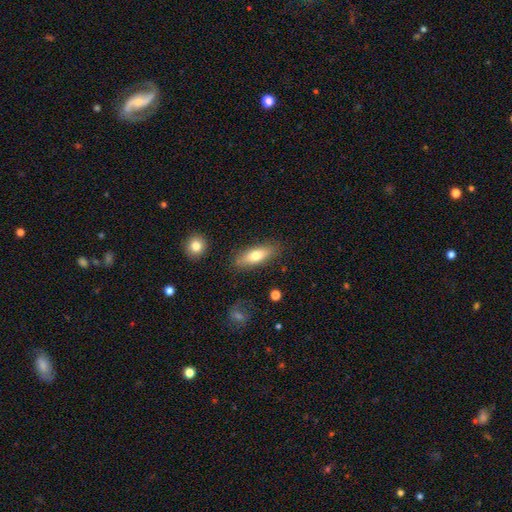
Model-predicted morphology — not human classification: smooth_or_featured: smooth (p=0.71) [alt: featured or disk p=0.23]
how_rounded: in between (p=0.64) [alt: cigar-shaped p=0.33]
merging: none (p=0.83) [alt: minor disturbance p=0.12]